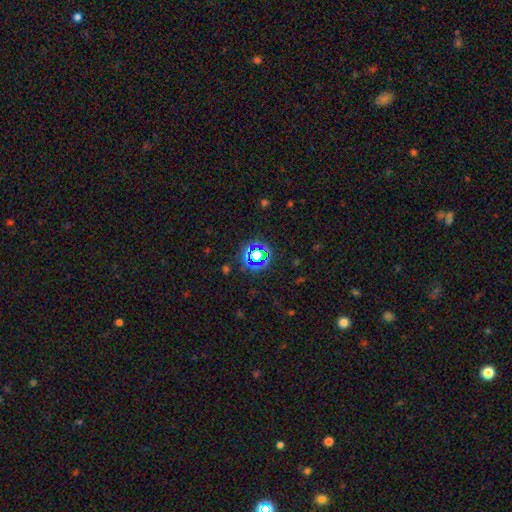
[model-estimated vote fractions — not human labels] A star or artifact, not a galaxy (67%).

Vote fractions:
- Smooth or featured? star or artifact: 67% / smooth: 23% / featured or disk: 11%